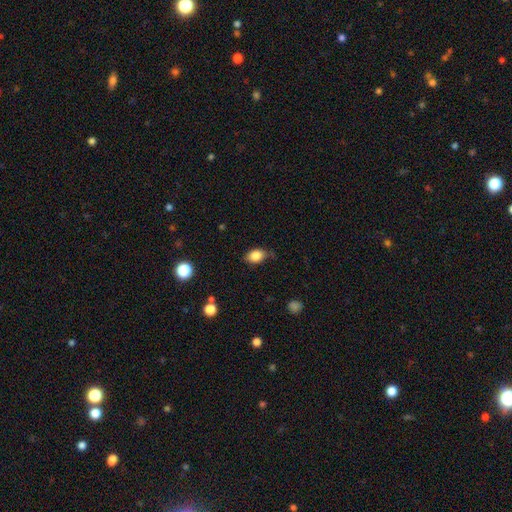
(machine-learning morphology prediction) This is clearly a smooth galaxy (84%). How rounded: likely in between (78%). Merging: likely none (71%).